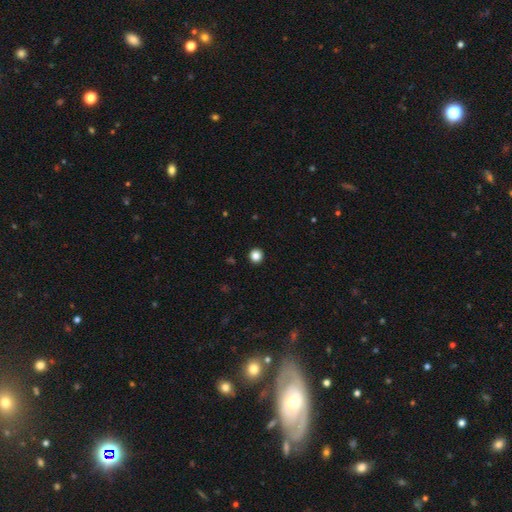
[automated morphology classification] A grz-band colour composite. It shows a smooth galaxy with no disk features (85%) that is round (95%). Merging: none (94%).